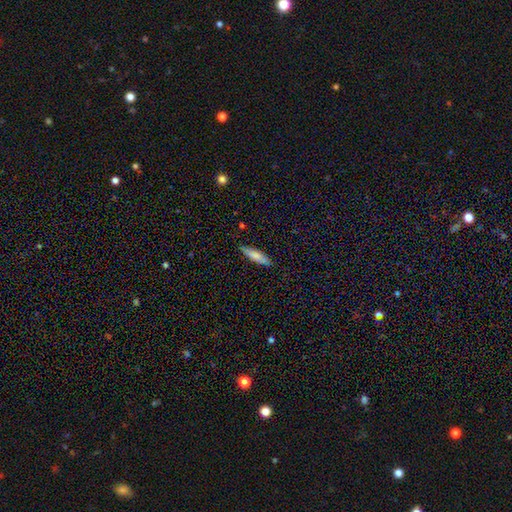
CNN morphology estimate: Overall: smooth (78%). How rounded: cigar-shaped (67%; in between 32%). Merging: none (87%).